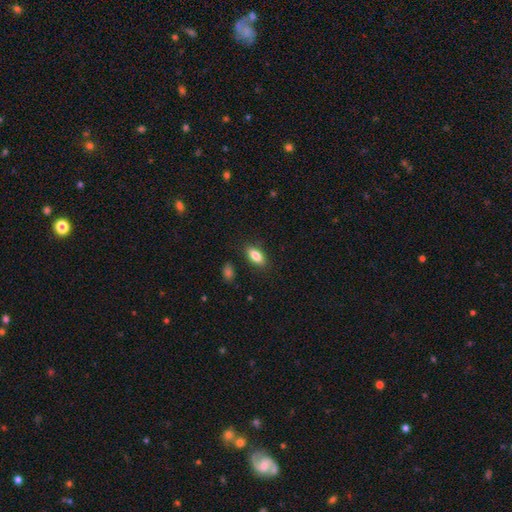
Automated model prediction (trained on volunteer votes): smooth 83%, featured or disk 10%, star or artifact 7%. Down the decision tree: how rounded — in between (86%); merging — none (85%).